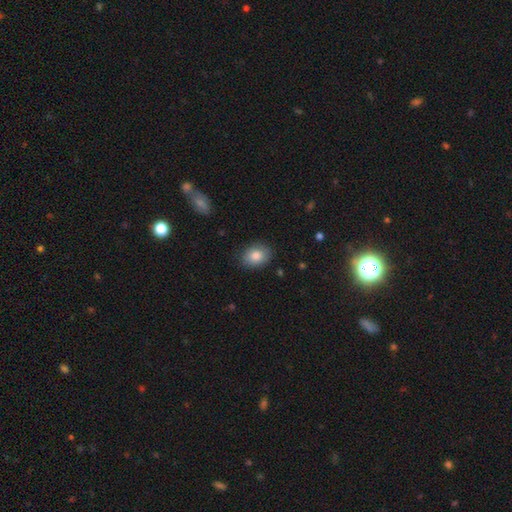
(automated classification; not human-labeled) Q: Smooth or featured?
A: smooth (84%); runner-up: featured or disk (8%)
Q: How rounded?
A: in between (68%); runner-up: round (31%)
Q: Merging?
A: none (85%); runner-up: minor disturbance (11%)